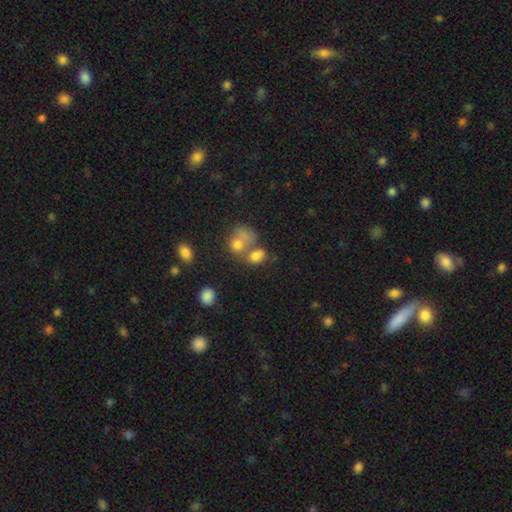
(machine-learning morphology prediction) Q: Smooth or featured?
A: smooth (74%); runner-up: star or artifact (14%)
Q: How rounded?
A: in between (69%); runner-up: round (30%)
Q: Merging?
A: merger (45%); runner-up: none (33%)